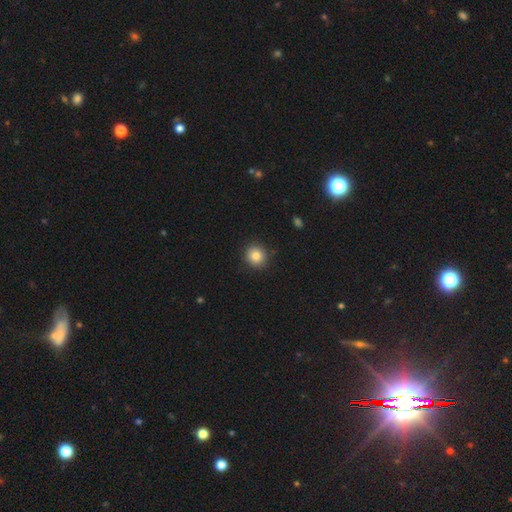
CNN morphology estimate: Smooth or featured: smooth — 84% (star or artifact — 10%)
How rounded: round — 89% (in between — 10%)
Merging: none — 89% (minor disturbance — 7%)